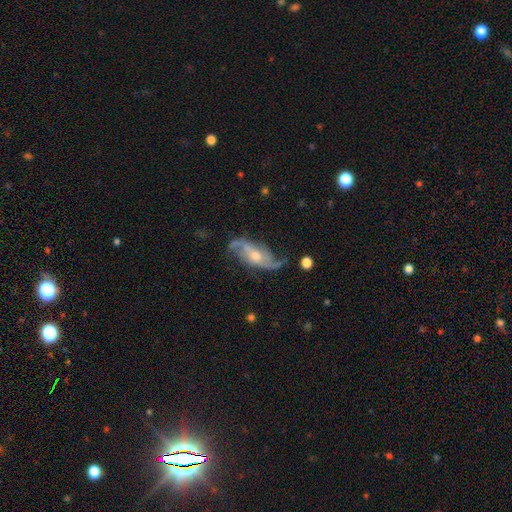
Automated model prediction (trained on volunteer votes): Morphology: type=featured or disk (83%); edge-on=no (91%); bar=no (55%); spiral arms=yes (95%); winding=loose (42%); arm count=2 (73%); bulge=moderate (57%); merging=none (69%).